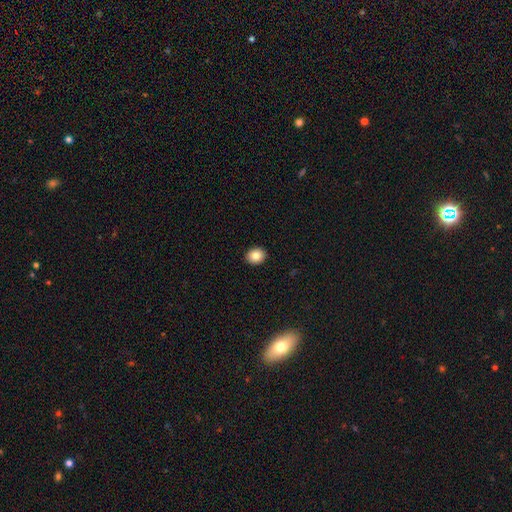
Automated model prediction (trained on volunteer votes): Smooth or featured?
  - smooth: 85% *
  - star or artifact: 9%
  - featured or disk: 6%
How rounded?
  - round: 63% *
  - in between: 36%
  - cigar-shaped: 1%
Merging?
  - none: 92% *
  - minor disturbance: 5%
  - major disturbance: 1%
  - merger: 1%